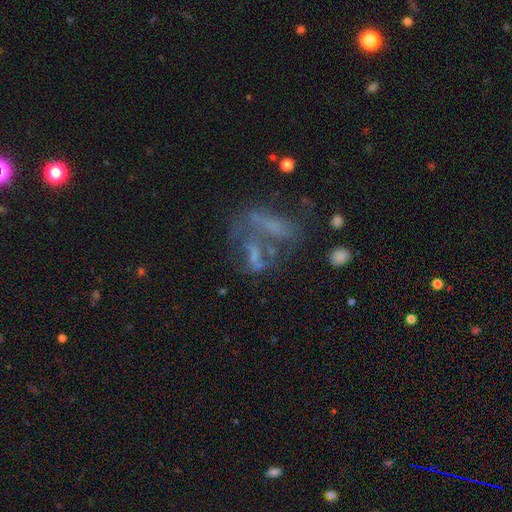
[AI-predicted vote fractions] smooth_or_featured: featured or disk (p=0.52) [alt: smooth p=0.25]
disk_edge_on: no (p=0.92) [alt: yes p=0.08]
merging: merger (p=0.32) [alt: none p=0.28]